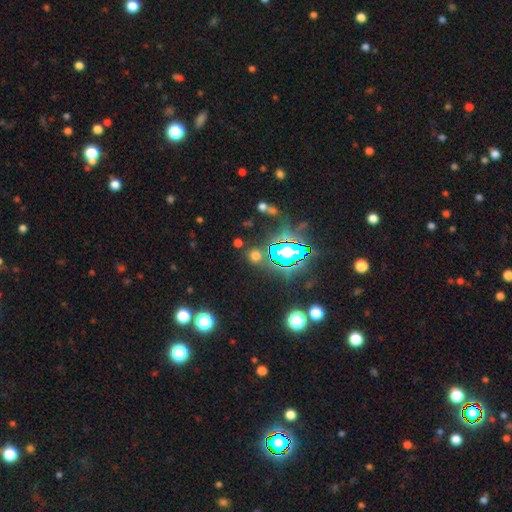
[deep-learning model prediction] The model was most divided on "smooth or featured": star or artifact: 47%, smooth: 45%, featured or disk: 9%.